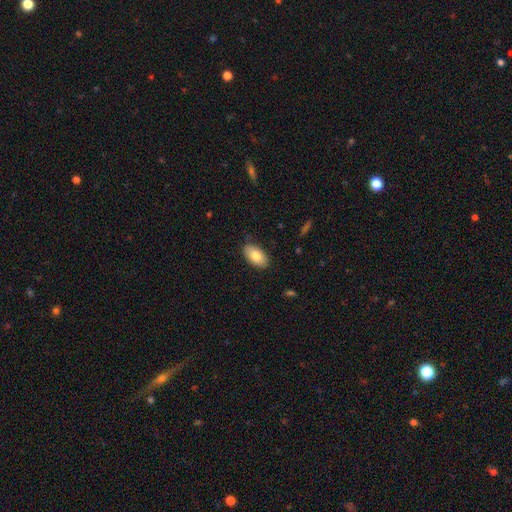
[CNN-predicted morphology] Smooth or featured? smooth (82%)
How rounded? in between (94%)
Merging? none (84%)